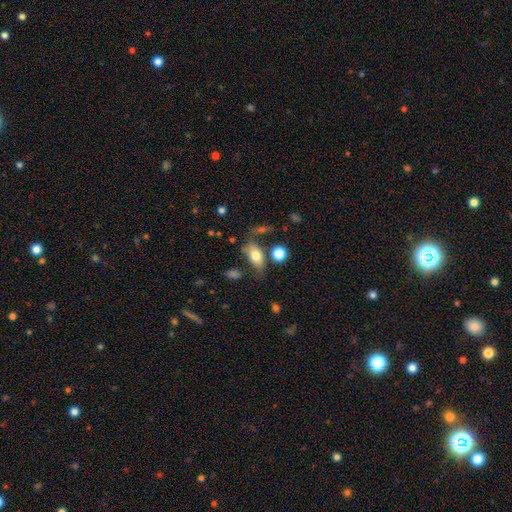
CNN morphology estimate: Overall: smooth (74%). How rounded: in between (85%). Merging: none (60%; minor disturbance 21%).